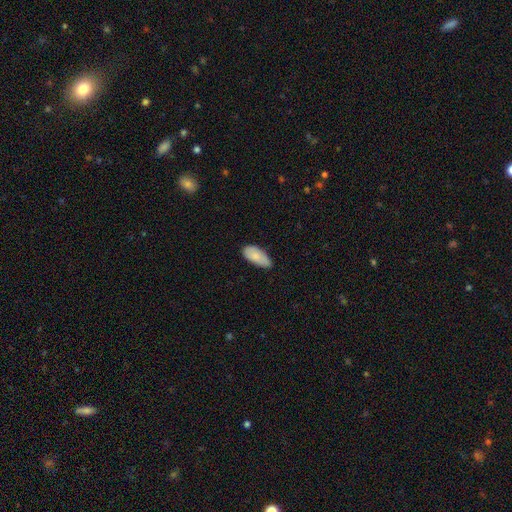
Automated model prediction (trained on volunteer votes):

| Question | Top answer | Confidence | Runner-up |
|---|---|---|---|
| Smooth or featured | smooth | 83% | featured or disk (10%) |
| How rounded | in between | 91% | cigar-shaped (7%) |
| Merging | none | 65% | minor disturbance (30%) |